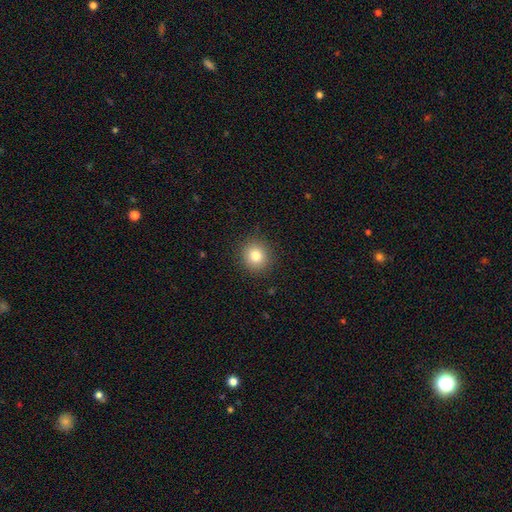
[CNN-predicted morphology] Overall: smooth (81%). How rounded: round (89%). Merging: none (90%).